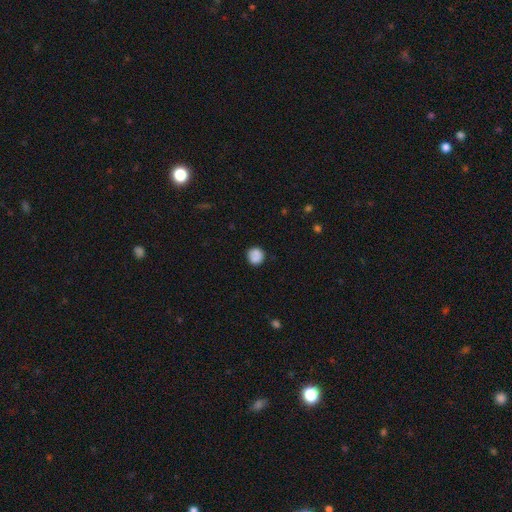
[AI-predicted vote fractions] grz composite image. It shows a smooth galaxy with no disk features (81%) that is round (88%). Merging: none (76%).